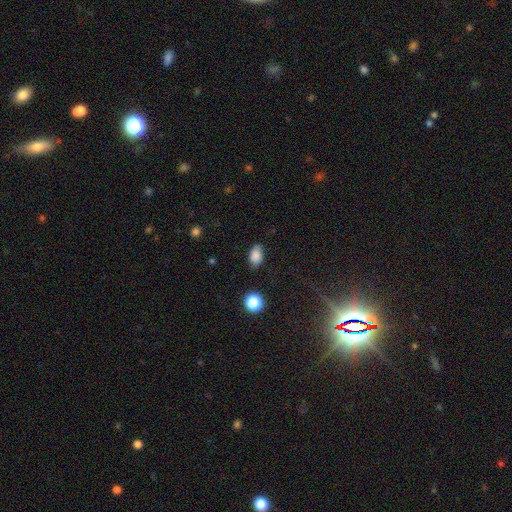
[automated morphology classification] smooth-or-featured: smooth: 82% | star or artifact: 10% | featured or disk: 8%
  how-rounded: in between: 88% | round: 10% | cigar-shaped: 2%
  merging: none: 75% | minor disturbance: 19% | major disturbance: 4% | merger: 2%